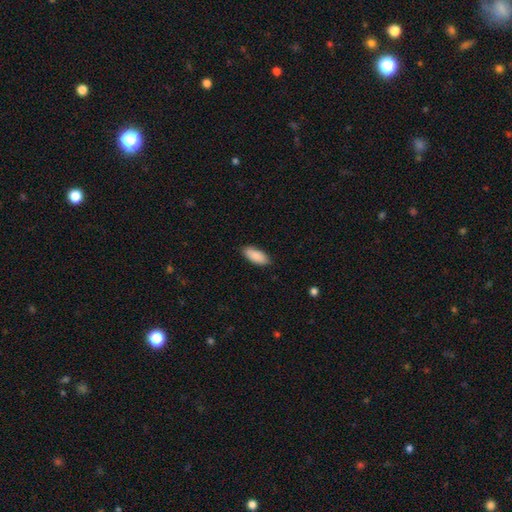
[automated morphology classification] Smooth or featured?
  - smooth: 90% *
  - star or artifact: 6%
  - featured or disk: 4%
How rounded?
  - in between: 84% *
  - cigar-shaped: 14%
  - round: 2%
Merging?
  - none: 86% *
  - minor disturbance: 11%
  - major disturbance: 2%
  - merger: 1%